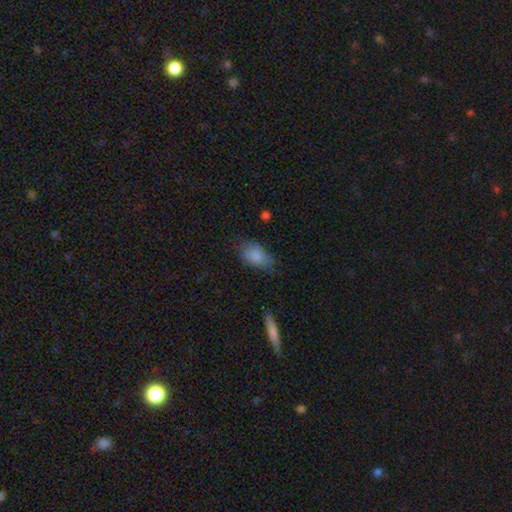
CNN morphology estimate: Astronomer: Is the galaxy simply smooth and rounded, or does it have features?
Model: smooth — 83%.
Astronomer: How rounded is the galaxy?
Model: in between — 91%.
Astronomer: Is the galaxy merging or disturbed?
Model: none — 65%.